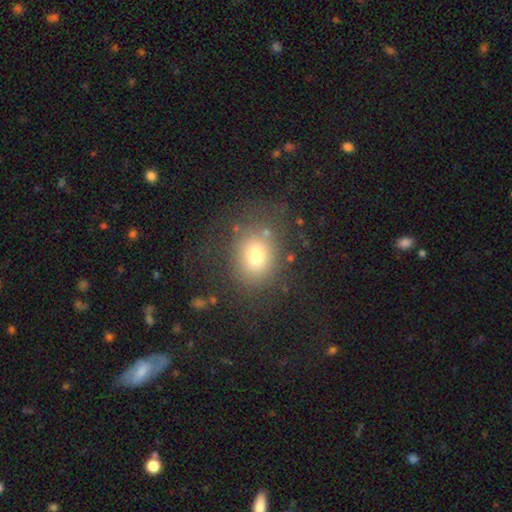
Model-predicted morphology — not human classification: This is likely a smooth galaxy (74%). How rounded: possibly round (53%). Merging: likely none (68%).